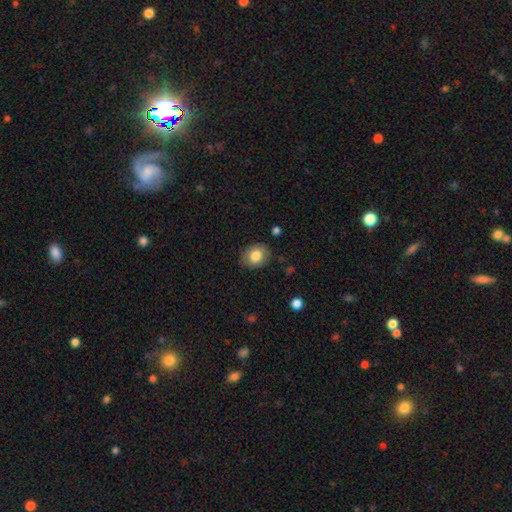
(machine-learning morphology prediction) Smooth or featured?
  - smooth: 80% *
  - featured or disk: 13%
  - star or artifact: 7%
How rounded?
  - in between: 61% *
  - round: 39%
  - cigar-shaped: 1%
Merging?
  - none: 83% *
  - minor disturbance: 12%
  - major disturbance: 3%
  - merger: 1%